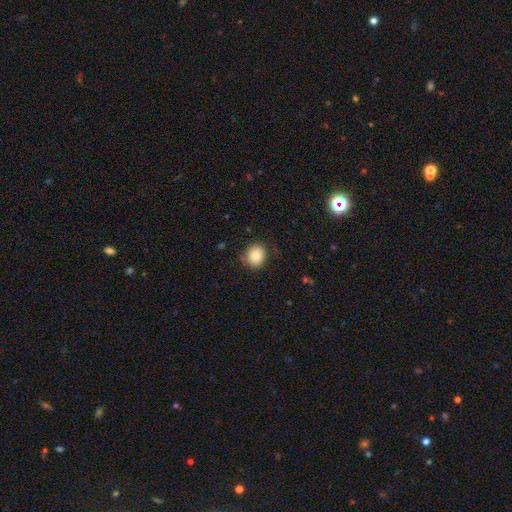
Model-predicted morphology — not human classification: type=smooth (84%); roundness=round (64%); merging=none (82%).